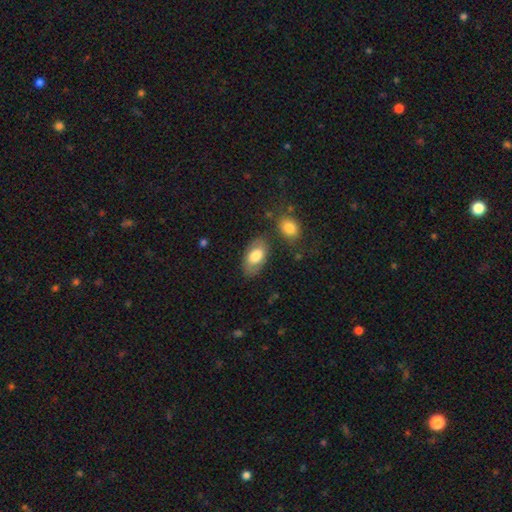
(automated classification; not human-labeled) This appears to be a smooth galaxy with no disk features (70%) that is in between round and cigar-shaped (94%). Merging: none (75%).